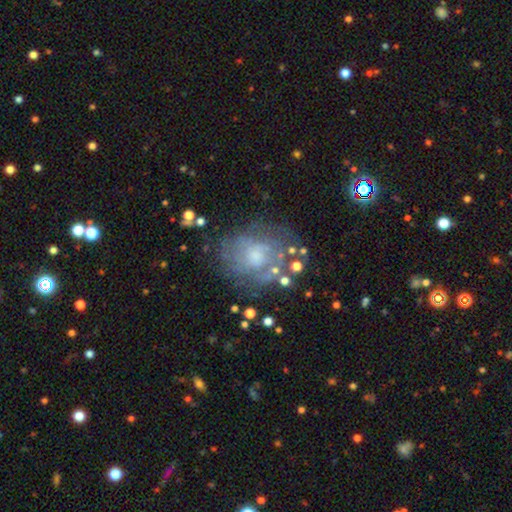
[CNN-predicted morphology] A featured or disk galaxy (68%) with no bar (81%), spiral arms (66%) and a moderate central bulge (38%).

Vote fractions:
- Smooth or featured? featured or disk: 68% / smooth: 22% / star or artifact: 10%
- Edge-on disk? no: 98% / yes: 2%
- Bar? no: 81% / weak: 16% / strong: 3%
- Spiral arms? yes: 66% / no: 34%
- Bulge size? moderate: 38% / small: 34% / none: 16% / large: 9% / dominant: 2%
- Merging? none: 63% / minor disturbance: 19% / major disturbance: 14% / merger: 4%